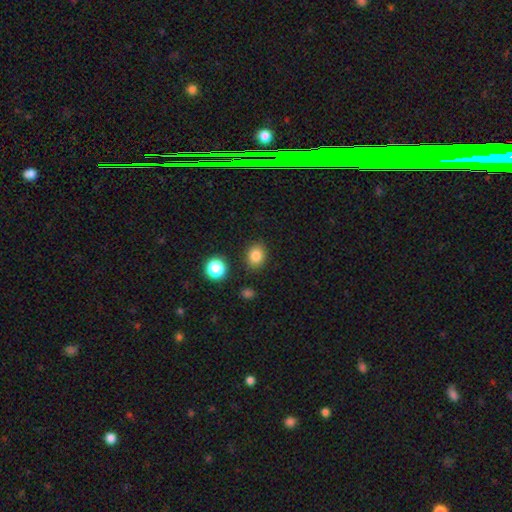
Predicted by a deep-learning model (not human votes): smooth_or_featured: smooth (p=0.83) [alt: star or artifact p=0.11]
how_rounded: round (p=0.58) [alt: in between p=0.41]
merging: none (p=0.85) [alt: minor disturbance p=0.09]